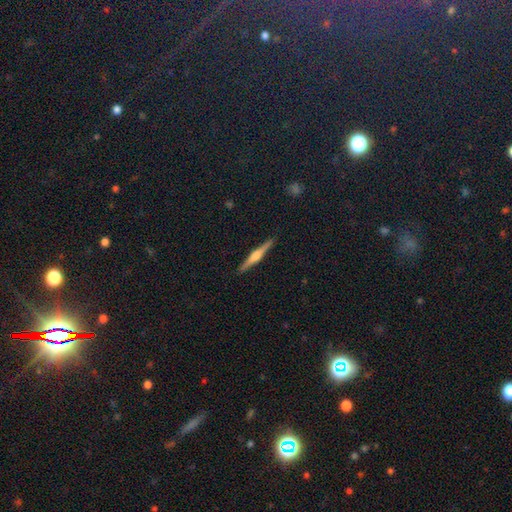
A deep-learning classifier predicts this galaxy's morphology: type=featured or disk (74%); edge-on=yes (98%); edge-on bulge=rounded (75%); merging=none (92%).